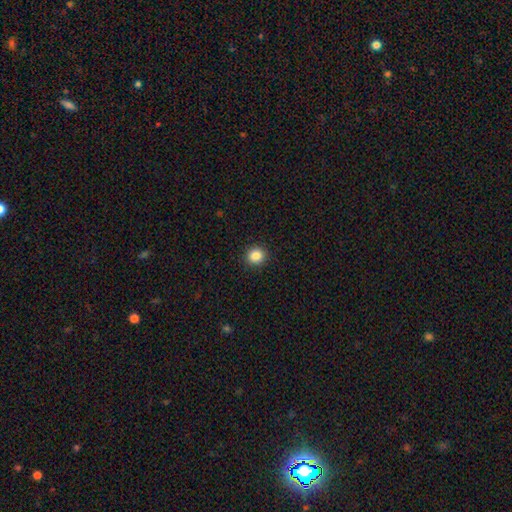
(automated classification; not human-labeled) A smooth galaxy with no disk features (86%) that is round (87%). Merging: none (92%).